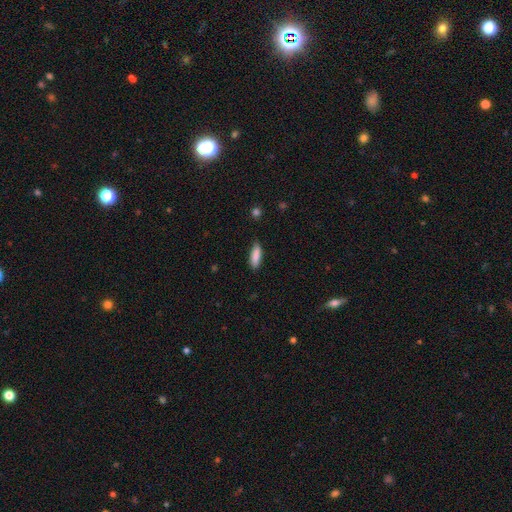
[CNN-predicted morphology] Smooth or featured?
  - smooth: 87% *
  - featured or disk: 7%
  - star or artifact: 6%
How rounded?
  - in between: 59% *
  - cigar-shaped: 39%
  - round: 2%
Merging?
  - none: 80% *
  - minor disturbance: 16%
  - major disturbance: 2%
  - merger: 1%